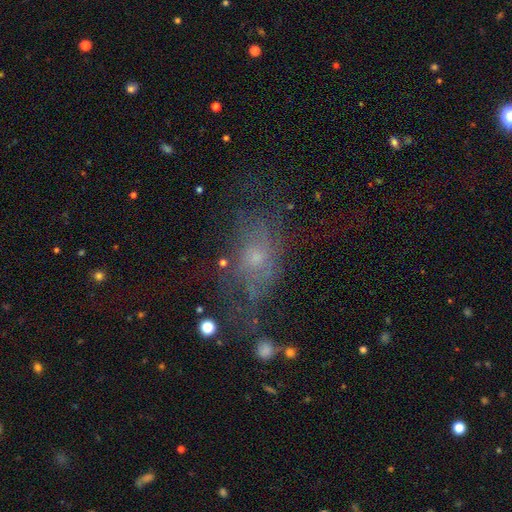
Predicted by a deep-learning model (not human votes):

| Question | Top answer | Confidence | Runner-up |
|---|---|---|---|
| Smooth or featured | featured or disk | 48% | smooth (35%) |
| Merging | none | 49% | major disturbance (24%) |